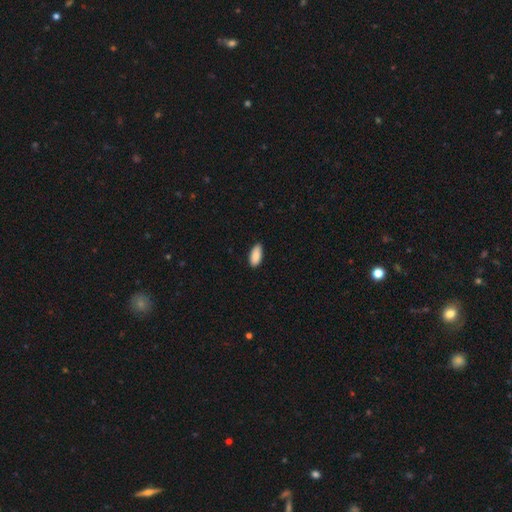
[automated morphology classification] A smooth galaxy with no disk features (89%) that is in between round and cigar-shaped (88%).

Vote fractions:
- Smooth or featured? smooth: 89% / star or artifact: 6% / featured or disk: 4%
- How rounded? in between: 88% / cigar-shaped: 10% / round: 2%
- Merging? none: 84% / minor disturbance: 13% / major disturbance: 2% / merger: 1%